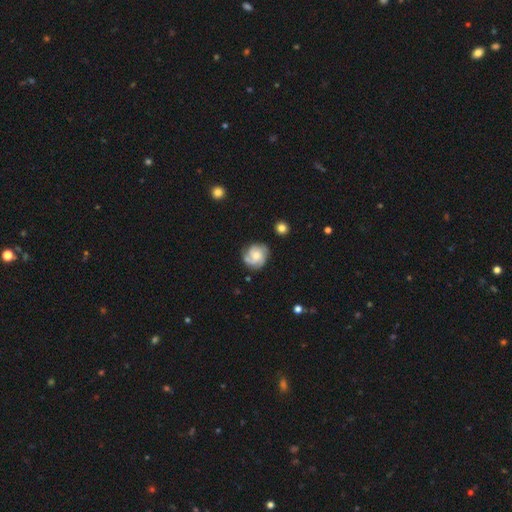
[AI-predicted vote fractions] Overall: featured or disk (62%; smooth 31%). Edge-on disk: no (98%). Bar: no (74%). Spiral arms: yes (91%). Spiral arm count: 3 (48%; can't tell 19%). Spiral winding: tight (48%; medium 39%). Bulge size: moderate (52%; small 34%). Merging: none (71%).